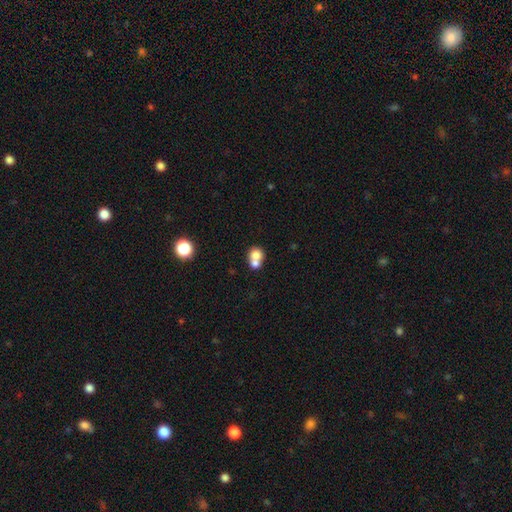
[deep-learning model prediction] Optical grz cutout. It shows a smooth galaxy with no disk features (72%) that is round (73%). Merging: merger (63%).